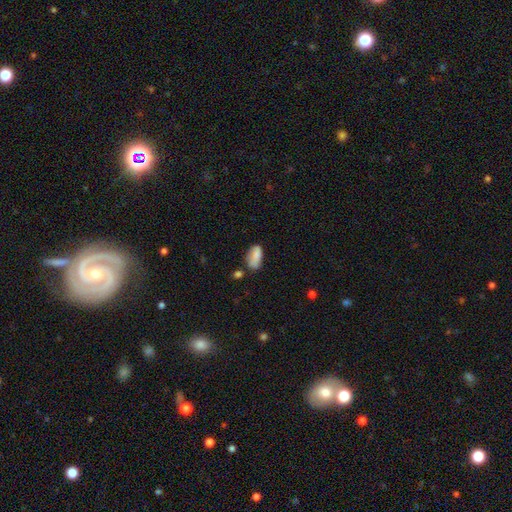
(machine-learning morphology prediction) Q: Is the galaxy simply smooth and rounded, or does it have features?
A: smooth — 82%.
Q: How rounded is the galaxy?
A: in between — 91%.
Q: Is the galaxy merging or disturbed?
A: none — 51%.